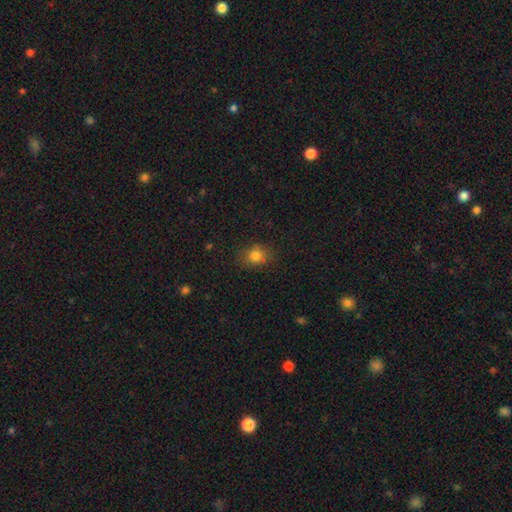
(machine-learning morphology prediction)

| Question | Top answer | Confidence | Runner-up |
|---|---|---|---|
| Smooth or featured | smooth | 80% | star or artifact (13%) |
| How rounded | round | 63% | in between (36%) |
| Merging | none | 81% | minor disturbance (14%) |